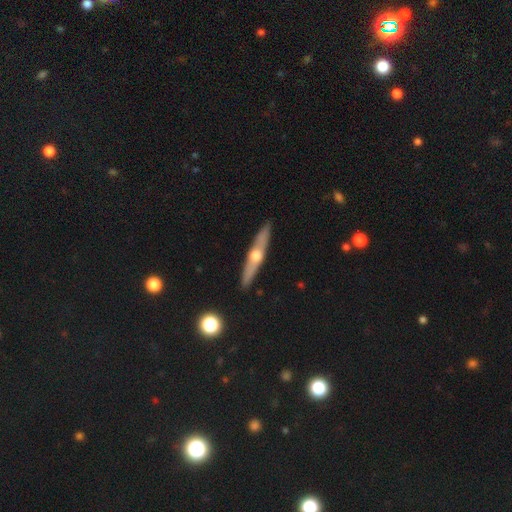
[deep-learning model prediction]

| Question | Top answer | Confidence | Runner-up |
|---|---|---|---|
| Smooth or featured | featured or disk | 68% | smooth (26%) |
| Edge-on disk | yes | 94% | no (6%) |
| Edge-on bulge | rounded | 91% | none (6%) |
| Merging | none | 91% | minor disturbance (7%) |